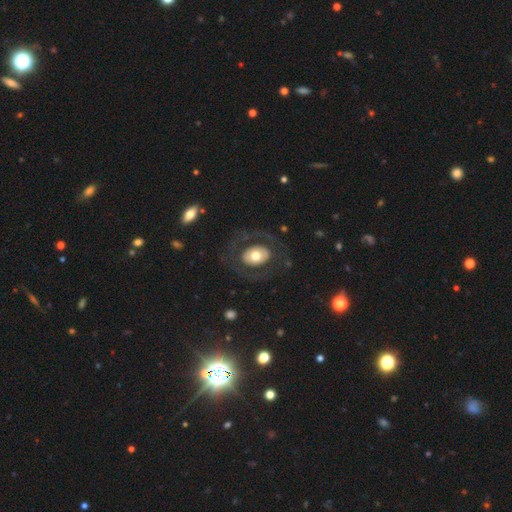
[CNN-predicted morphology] Q: Smooth or featured?
A: smooth (49%); runner-up: featured or disk (46%)
Q: Merging?
A: none (75%); runner-up: major disturbance (13%)